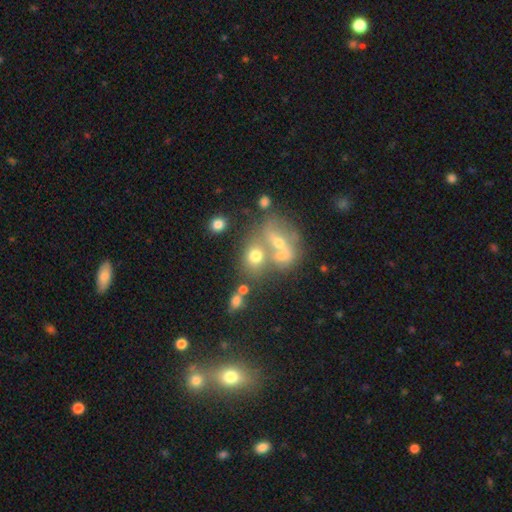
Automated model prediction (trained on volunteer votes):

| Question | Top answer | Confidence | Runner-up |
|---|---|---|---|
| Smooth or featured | smooth | 64% | featured or disk (21%) |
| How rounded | round | 57% | in between (42%) |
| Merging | merger | 44% | none (39%) |